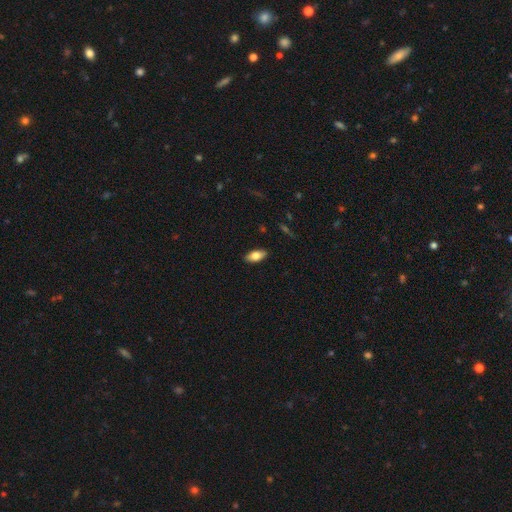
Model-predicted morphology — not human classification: type=smooth (79%); roundness=in between (88%); merging=none (89%).